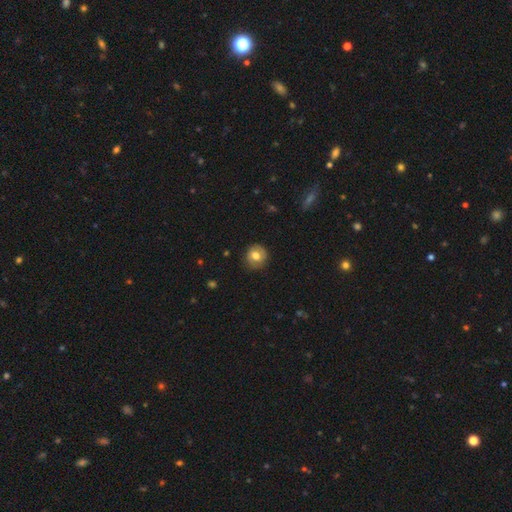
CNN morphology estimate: A smooth galaxy with no disk features (70%) that is round (86%). Merging: none (85%).